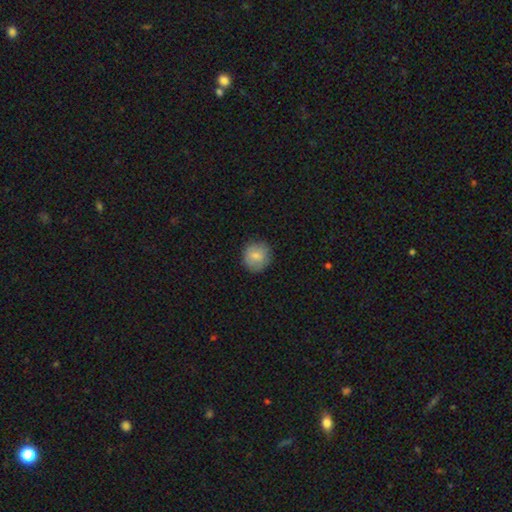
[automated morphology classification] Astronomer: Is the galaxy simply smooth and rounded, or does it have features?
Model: smooth — 82%.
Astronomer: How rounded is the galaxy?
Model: round — 88%.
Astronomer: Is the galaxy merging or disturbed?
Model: none — 84%.